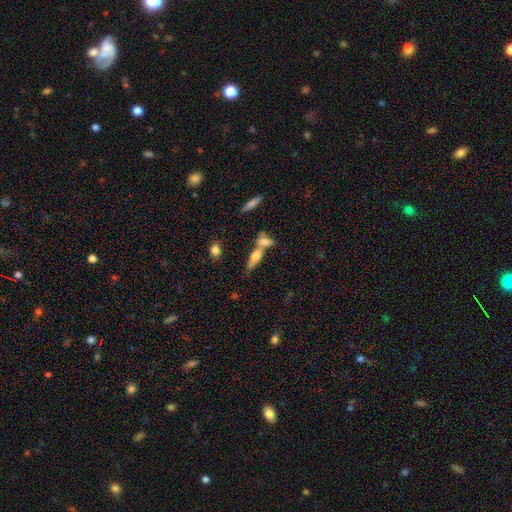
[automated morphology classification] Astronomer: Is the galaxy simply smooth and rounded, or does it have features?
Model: smooth — 56% (runner-up: featured or disk, 34%).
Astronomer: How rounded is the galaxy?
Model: cigar-shaped — 49% (runner-up: in between, 45%).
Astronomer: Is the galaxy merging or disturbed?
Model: merger — 48% (runner-up: none, 36%).